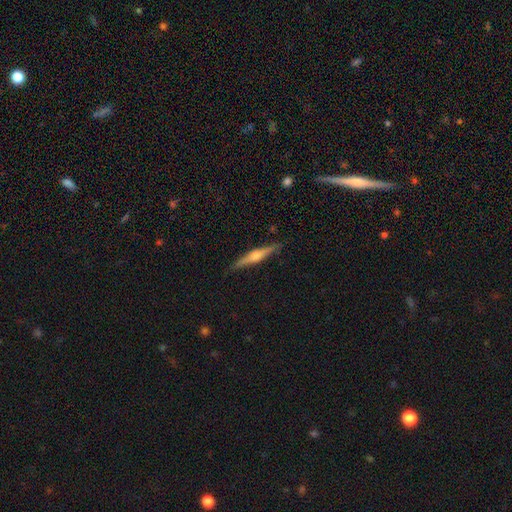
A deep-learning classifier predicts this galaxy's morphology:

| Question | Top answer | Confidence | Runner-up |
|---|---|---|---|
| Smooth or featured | featured or disk | 69% | smooth (25%) |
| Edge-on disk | yes | 98% | no (2%) |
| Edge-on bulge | rounded | 79% | boxy (14%) |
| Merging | none | 89% | minor disturbance (8%) |